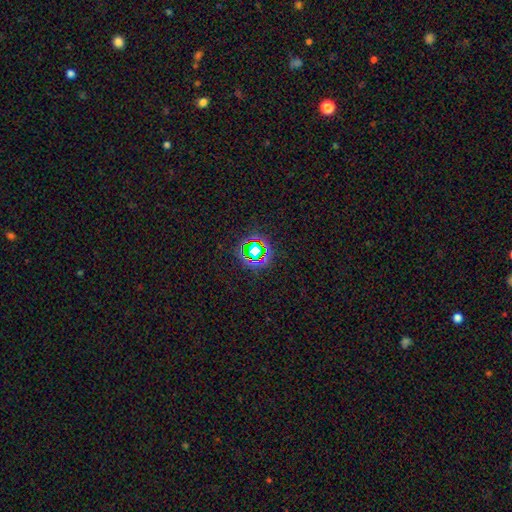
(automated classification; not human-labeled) A star or artifact, not a galaxy (74%).